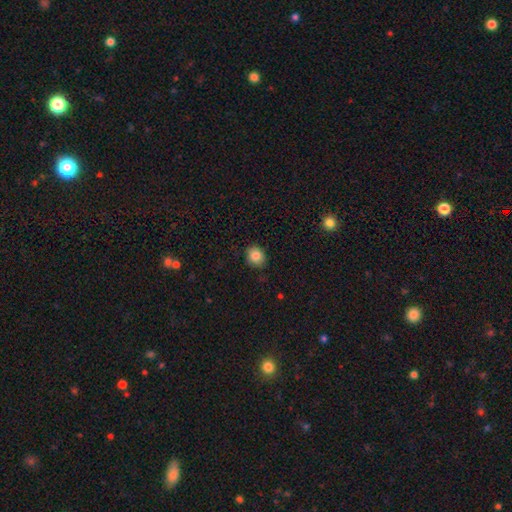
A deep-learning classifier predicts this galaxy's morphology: A smooth galaxy with no disk features (85%) that is round (61%).

Vote fractions:
- Smooth or featured? smooth: 85% / star or artifact: 9% / featured or disk: 6%
- How rounded? round: 61% / in between: 38% / cigar-shaped: 1%
- Merging? none: 84% / minor disturbance: 13% / major disturbance: 2% / merger: 1%